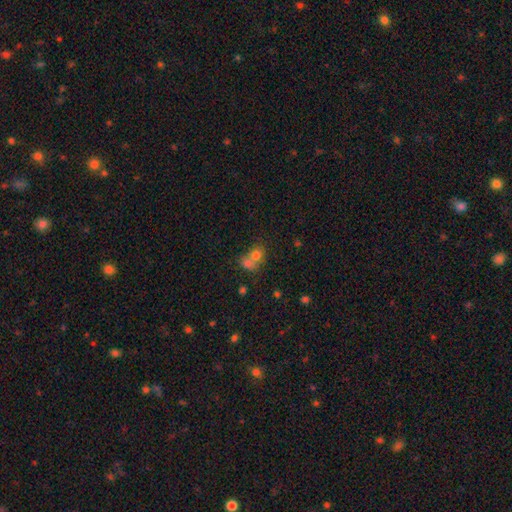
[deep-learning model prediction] Q: Smooth or featured?
A: smooth (73%); runner-up: featured or disk (14%)
Q: How rounded?
A: round (61%); runner-up: in between (38%)
Q: Merging?
A: merger (66%); runner-up: none (24%)